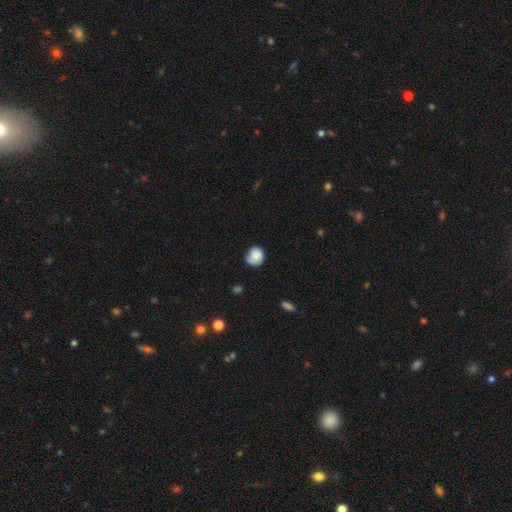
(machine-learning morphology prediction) smooth-or-featured: smooth: 80% | featured or disk: 12% | star or artifact: 8%
  how-rounded: round: 71% | in between: 28% | cigar-shaped: 1%
  merging: none: 61% | minor disturbance: 30% | major disturbance: 7% | merger: 2%